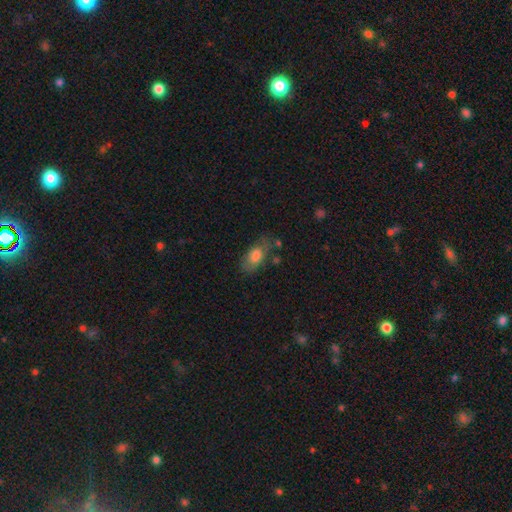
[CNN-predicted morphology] Smooth or featured: smooth — 75% (featured or disk — 17%)
How rounded: in between — 87% (round — 6%)
Merging: none — 56% (minor disturbance — 26%)